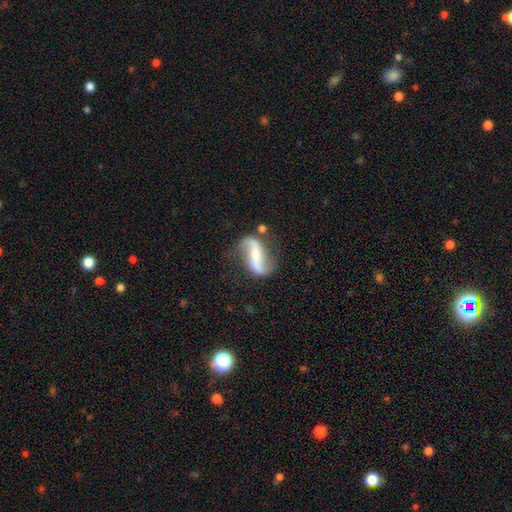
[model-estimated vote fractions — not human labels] Overall: featured or disk (84%). Edge-on disk: no (95%). Bar: strong (44%; weak 29%). Spiral arms: yes (95%). Spiral arm count: 2 (93%). Spiral winding: loose (85%). Bulge size: small (47%; moderate 31%). Merging: none (72%).